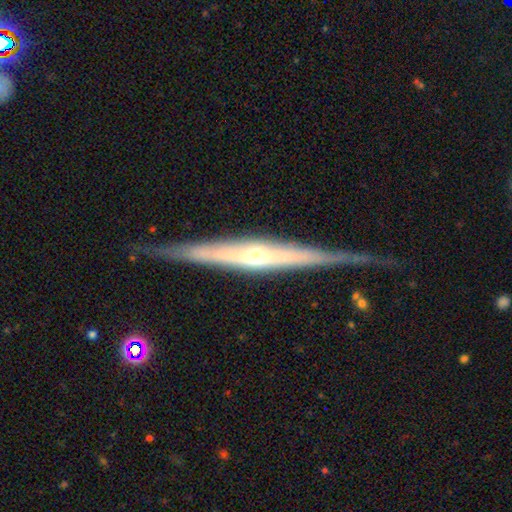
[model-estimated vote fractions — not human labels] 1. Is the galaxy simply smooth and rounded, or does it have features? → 81% featured or disk, 13% smooth, 5% star or artifact.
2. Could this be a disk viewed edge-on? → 96% yes, 4% no.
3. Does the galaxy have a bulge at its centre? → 73% rounded, 16% none, 11% boxy.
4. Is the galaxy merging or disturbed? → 77% none, 17% minor disturbance, 5% major disturbance, 2% merger.